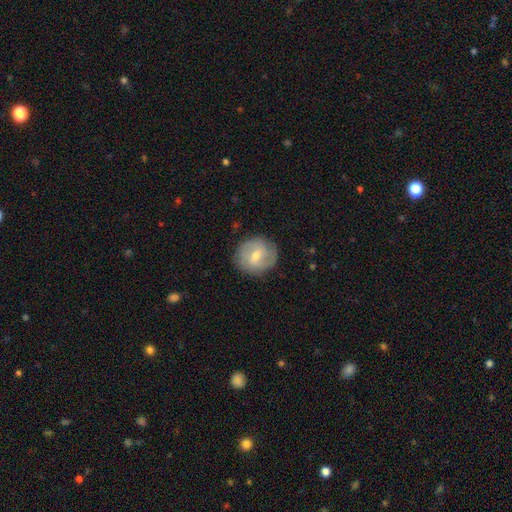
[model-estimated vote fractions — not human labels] Smooth or featured: featured or disk — 50% (smooth — 43%)
Merging: none — 83% (minor disturbance — 12%)